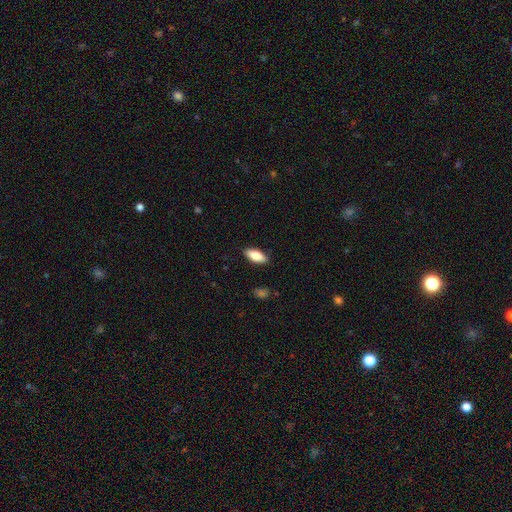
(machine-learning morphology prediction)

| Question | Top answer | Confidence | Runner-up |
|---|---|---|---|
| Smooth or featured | smooth | 81% | featured or disk (13%) |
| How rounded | in between | 84% | cigar-shaped (13%) |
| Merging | none | 89% | minor disturbance (8%) |